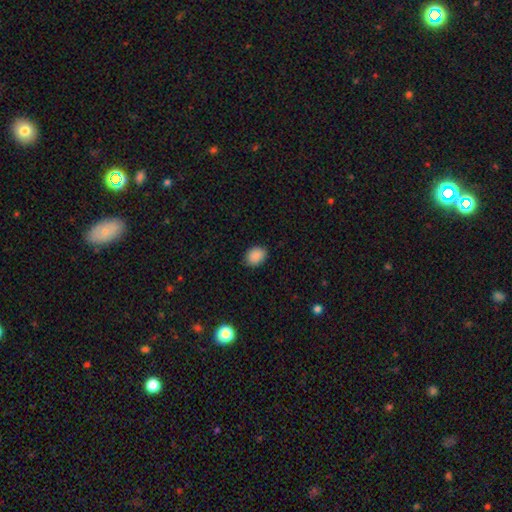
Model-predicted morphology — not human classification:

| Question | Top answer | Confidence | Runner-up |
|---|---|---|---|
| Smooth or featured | smooth | 89% | star or artifact (8%) |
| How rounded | in between | 59% | round (40%) |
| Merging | none | 85% | minor disturbance (11%) |